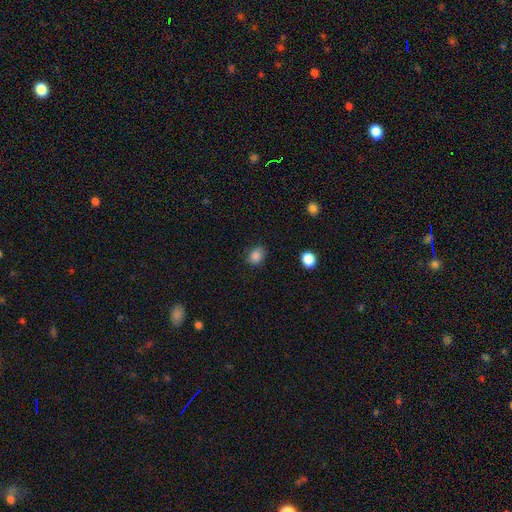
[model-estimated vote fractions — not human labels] smooth-or-featured: smooth: 86% | star or artifact: 10% | featured or disk: 4%
  how-rounded: round: 54% | in between: 46% | cigar-shaped: 1%
  merging: none: 80% | minor disturbance: 15% | major disturbance: 3% | merger: 1%